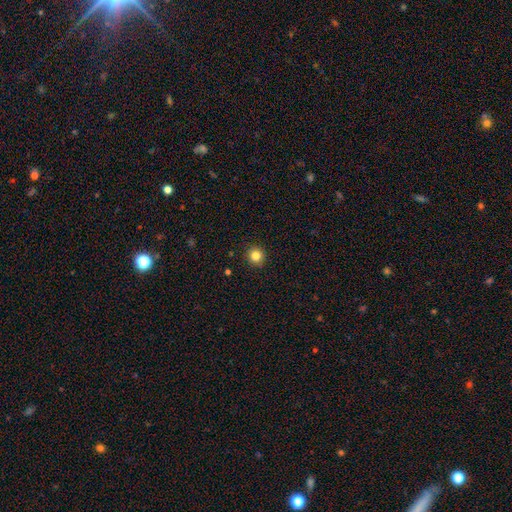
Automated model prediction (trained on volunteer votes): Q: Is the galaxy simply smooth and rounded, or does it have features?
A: smooth — 83%.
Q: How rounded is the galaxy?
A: round — 94%.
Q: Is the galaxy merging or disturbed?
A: none — 92%.